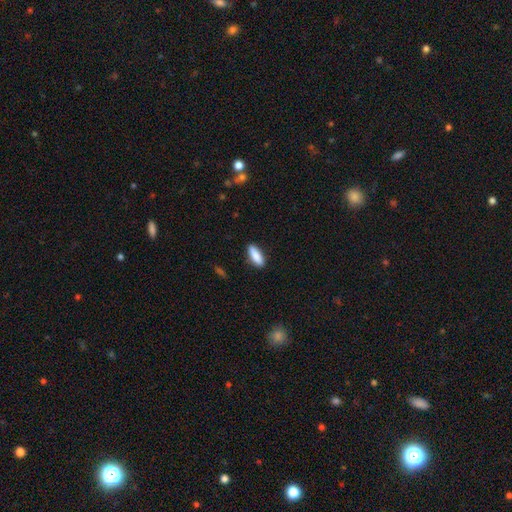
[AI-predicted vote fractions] smooth_or_featured: smooth (p=0.87) [alt: featured or disk p=0.07]
how_rounded: in between (p=0.62) [alt: cigar-shaped p=0.37]
merging: none (p=0.87) [alt: minor disturbance p=0.10]